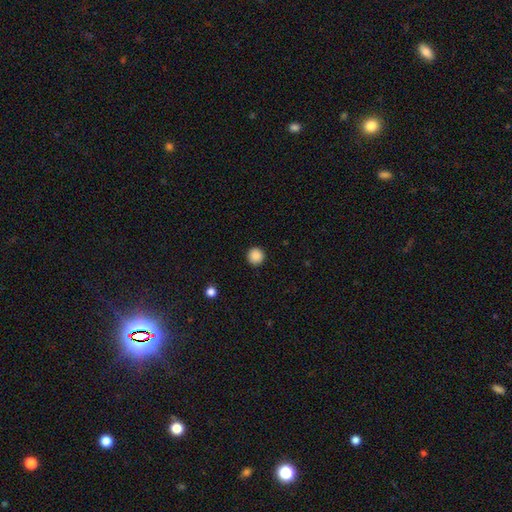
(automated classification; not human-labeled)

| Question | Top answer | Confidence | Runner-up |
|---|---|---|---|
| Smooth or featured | smooth | 88% | star or artifact (10%) |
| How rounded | round | 96% | in between (4%) |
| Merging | none | 93% | minor disturbance (5%) |